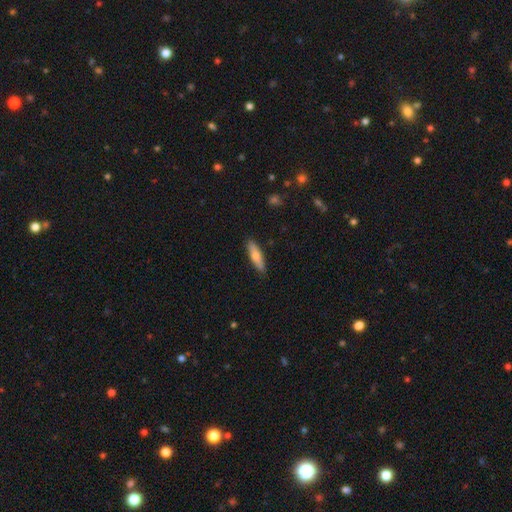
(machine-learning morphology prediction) This appears to be a smooth galaxy with no disk features (69%) that is cigar-shaped (67%). Merging: none (89%).